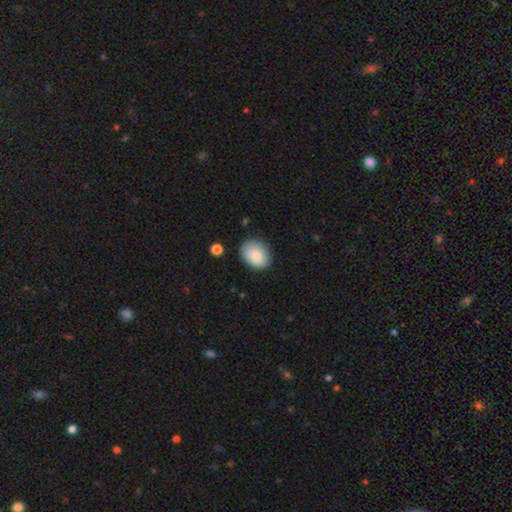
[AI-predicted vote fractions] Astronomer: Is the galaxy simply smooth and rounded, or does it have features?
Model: smooth — 83%.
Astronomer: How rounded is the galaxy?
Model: in between — 66%.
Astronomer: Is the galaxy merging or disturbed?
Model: none — 80%.